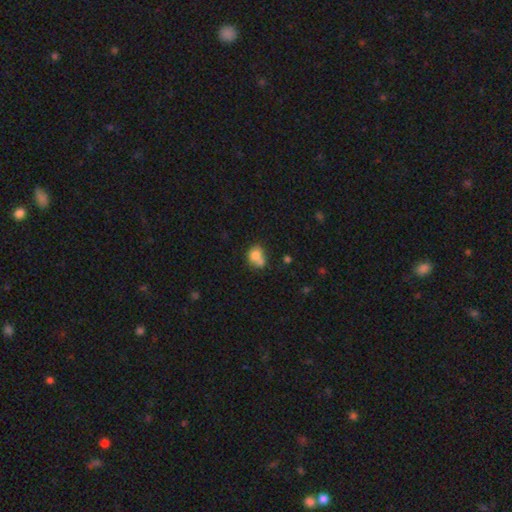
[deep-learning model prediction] smooth 74%, featured or disk 15%, star or artifact 11%. Down the decision tree: how rounded — round (56%); merging — merger (46%).